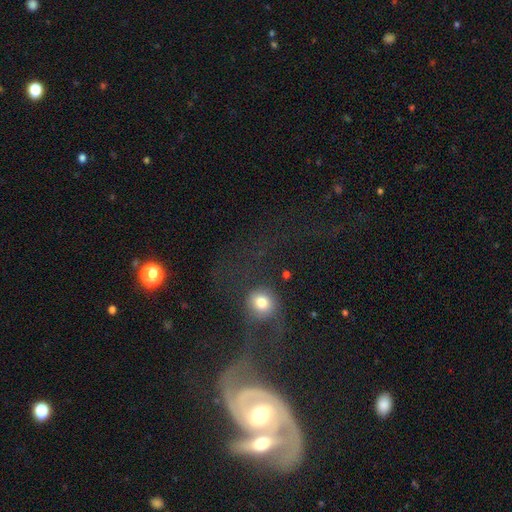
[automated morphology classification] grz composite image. It shows a featured or disk galaxy (69%) with no bar (53%), 2 (64%) medium (40%) spiral arms (83%) and a moderate central bulge (56%). Merging: merger (33%).